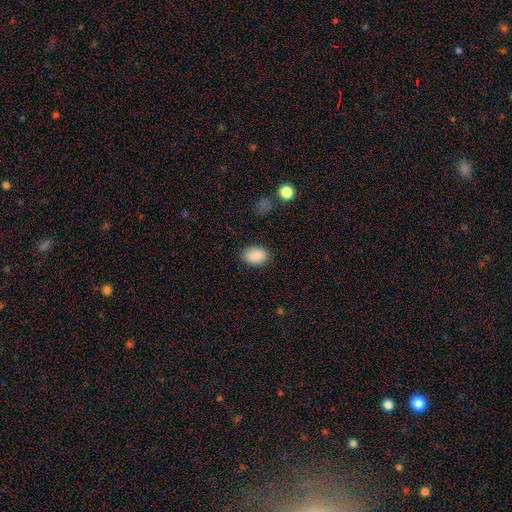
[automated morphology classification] This is clearly a smooth galaxy (90%). How rounded: clearly in between (82%). Merging: clearly none (87%).